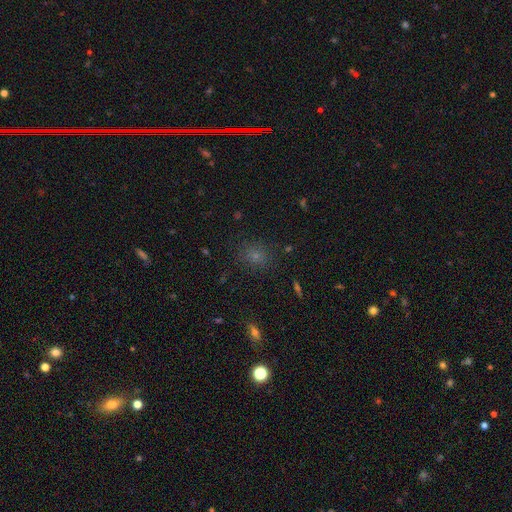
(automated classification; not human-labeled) smooth 65%, star or artifact 26%, featured or disk 9%. Down the decision tree: how rounded — round (72%); merging — none (83%).